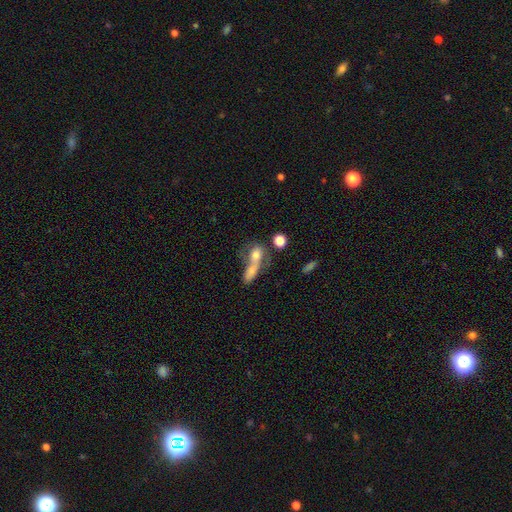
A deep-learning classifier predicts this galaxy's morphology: type=smooth (64%); roundness=in between (61%); merging=merger (61%).